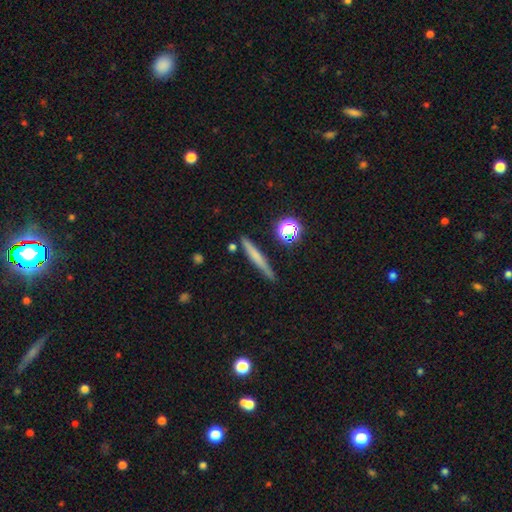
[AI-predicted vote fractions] This is possibly a smooth galaxy (55%). How rounded: clearly cigar-shaped (92%). Merging: clearly none (83%).